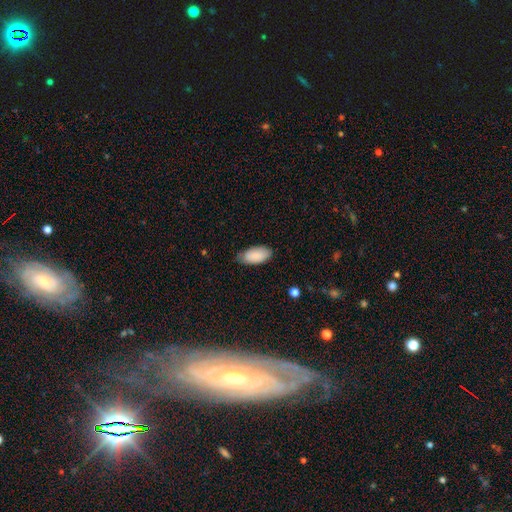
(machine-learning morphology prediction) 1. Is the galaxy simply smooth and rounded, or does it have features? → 89% smooth, 6% star or artifact, 5% featured or disk.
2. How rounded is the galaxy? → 94% in between, 4% cigar-shaped, 2% round.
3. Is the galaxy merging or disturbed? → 70% none, 25% minor disturbance, 4% major disturbance, 1% merger.